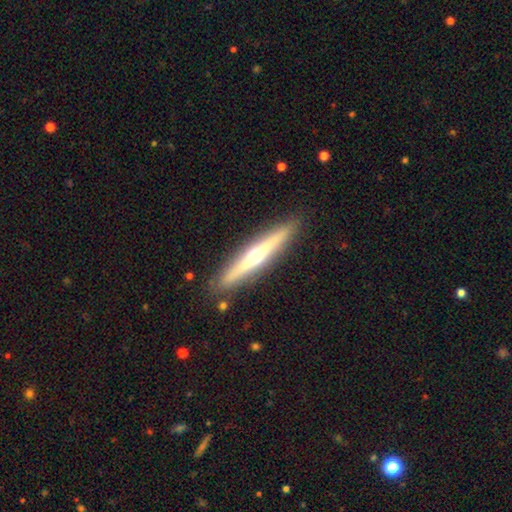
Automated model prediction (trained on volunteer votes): A featured or disk galaxy (65%) viewed edge-on (95%) with a rounded central bulge (87%). Merging: none (90%).